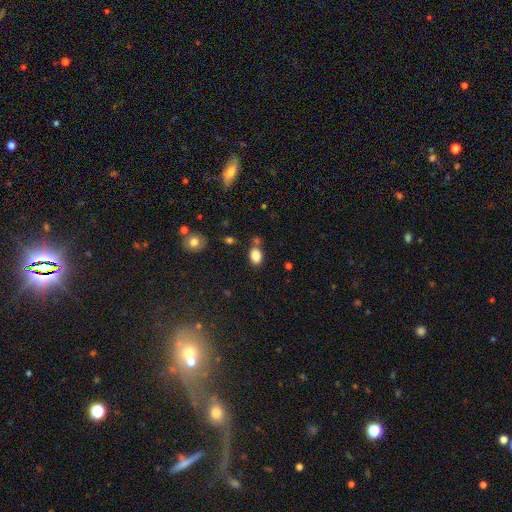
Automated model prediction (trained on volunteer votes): A smooth galaxy with no disk features (85%) that is in between round and cigar-shaped (77%). Merging: none (69%).